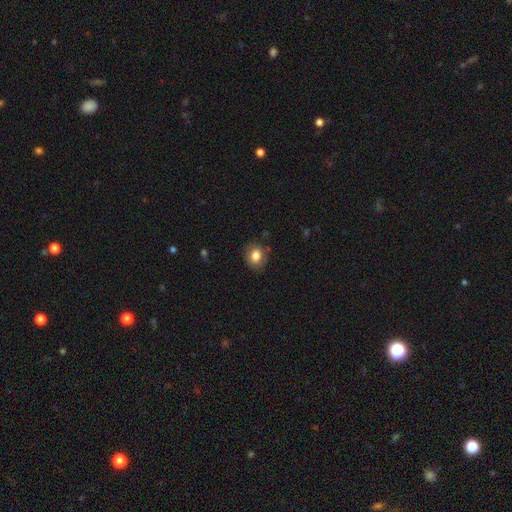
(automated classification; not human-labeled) Morphology: type=smooth (82%); roundness=round (61%); merging=none (84%).